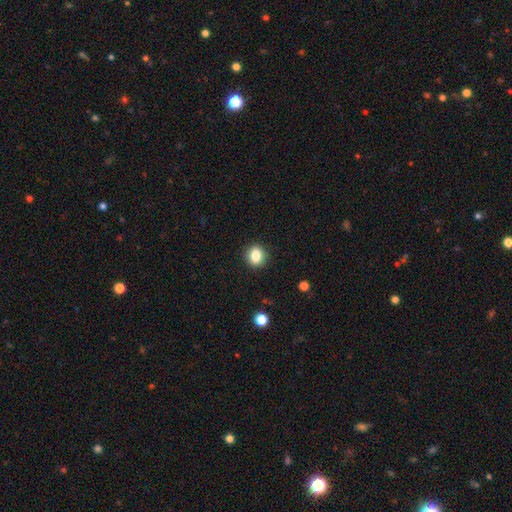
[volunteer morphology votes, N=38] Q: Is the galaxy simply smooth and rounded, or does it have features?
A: smooth — 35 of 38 (92%).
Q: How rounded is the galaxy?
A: round — 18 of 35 (51%).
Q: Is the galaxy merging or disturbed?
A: none — 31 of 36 (86%).